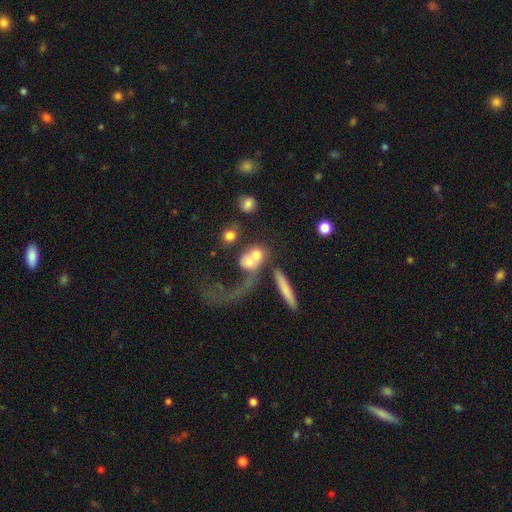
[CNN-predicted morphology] A smooth galaxy with no disk features (59%) that is round (55%).

Vote fractions:
- Smooth or featured? smooth: 59% / featured or disk: 30% / star or artifact: 10%
- How rounded? round: 55% / in between: 37% / cigar-shaped: 8%
- Merging? merger: 55% / major disturbance: 21% / none: 17% / minor disturbance: 7%